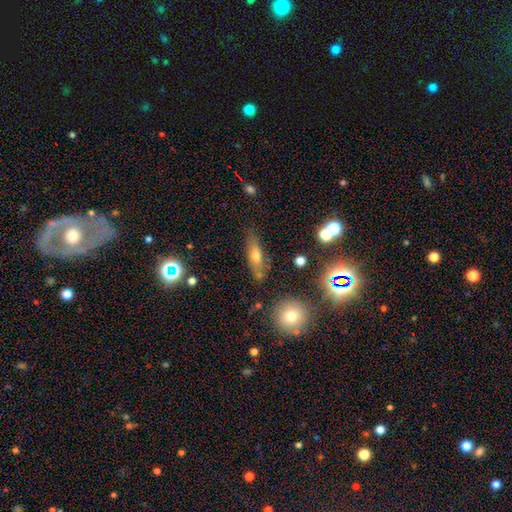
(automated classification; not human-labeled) smooth 59%, featured or disk 28%, star or artifact 13%. Down the decision tree: how rounded — in between (58%); merging — none (71%).